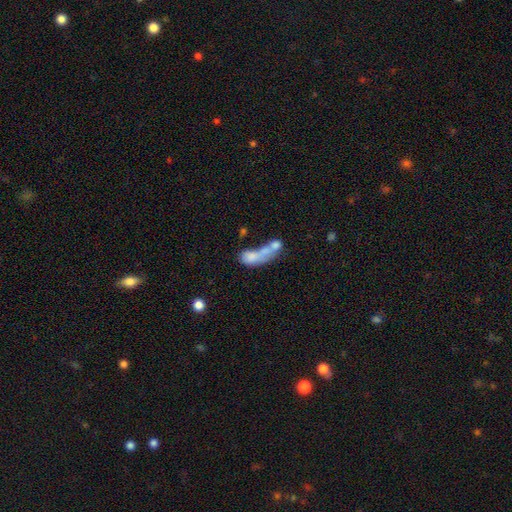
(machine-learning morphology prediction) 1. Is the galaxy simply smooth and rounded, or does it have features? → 59% smooth, 30% featured or disk, 11% star or artifact.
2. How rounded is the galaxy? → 60% in between, 30% cigar-shaped, 10% round.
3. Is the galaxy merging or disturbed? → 55% merger, 19% major disturbance, 15% none, 10% minor disturbance.